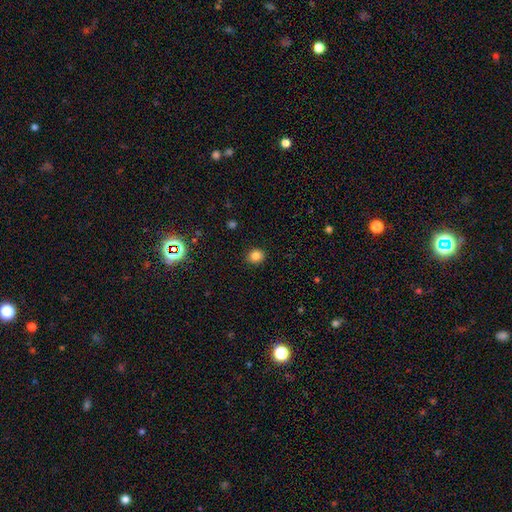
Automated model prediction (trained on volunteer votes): Smooth or featured? smooth (84%)
How rounded? round (79%)
Merging? none (90%)